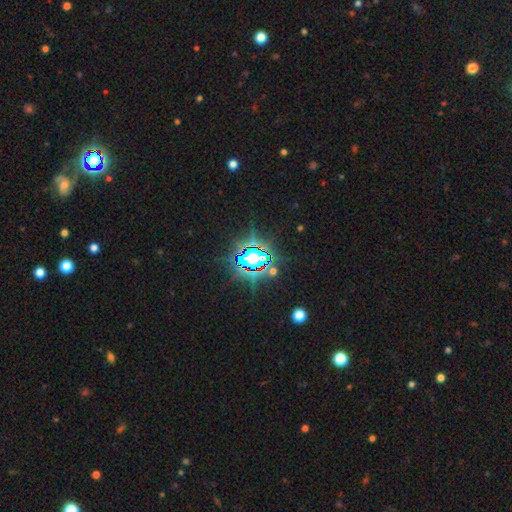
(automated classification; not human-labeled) Smooth or featured: star or artifact — 77% (smooth — 12%)